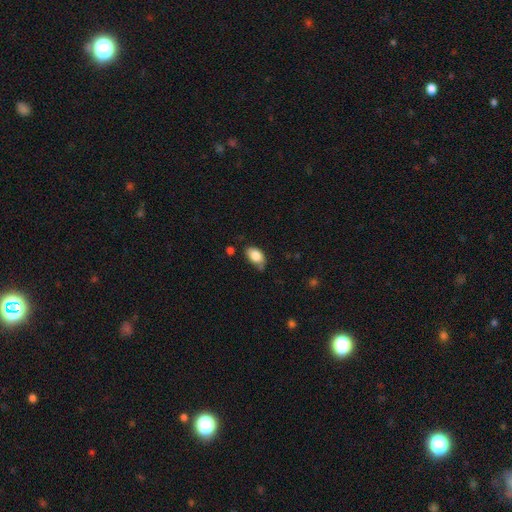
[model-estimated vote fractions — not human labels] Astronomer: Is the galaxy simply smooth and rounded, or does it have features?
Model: smooth — 82%.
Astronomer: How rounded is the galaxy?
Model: in between — 91%.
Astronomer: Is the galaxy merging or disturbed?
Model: none — 55% (runner-up: minor disturbance, 34%).